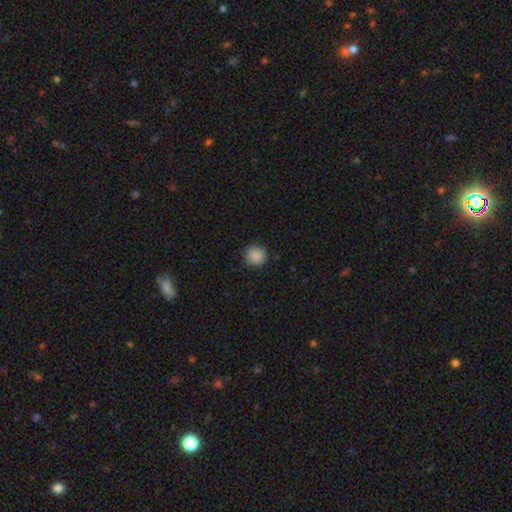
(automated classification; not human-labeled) A smooth galaxy with no disk features (88%) that is round (93%).

Vote fractions:
- Smooth or featured? smooth: 88% / star or artifact: 9% / featured or disk: 3%
- How rounded? round: 93% / in between: 6% / cigar-shaped: 1%
- Merging? none: 90% / minor disturbance: 7% / major disturbance: 2% / merger: 1%